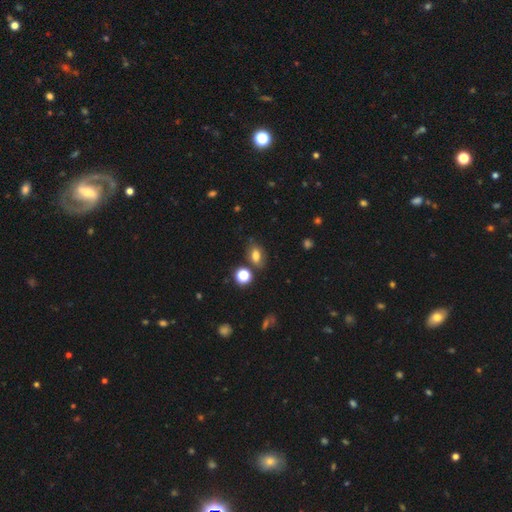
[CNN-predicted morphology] This appears to be a smooth galaxy with no disk features (74%) that is in between round and cigar-shaped (79%). Merging: none (71%).